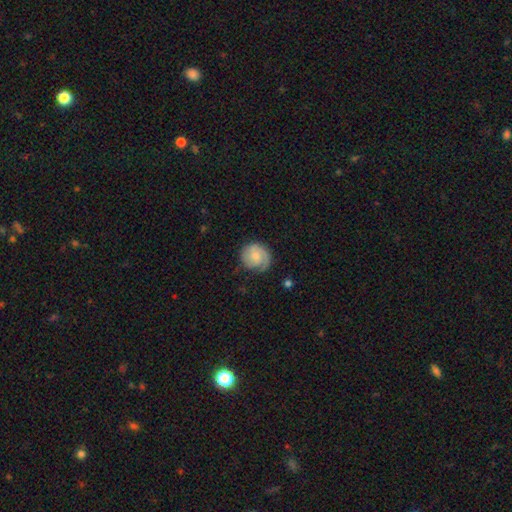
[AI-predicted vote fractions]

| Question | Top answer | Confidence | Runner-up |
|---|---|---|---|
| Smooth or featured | featured or disk | 60% | smooth (33%) |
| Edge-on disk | no | 98% | yes (2%) |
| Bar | no | 66% | weak (31%) |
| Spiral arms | yes | 93% | no (7%) |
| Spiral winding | tight | 58% | medium (32%) |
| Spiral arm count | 2 | 48% | 1 (26%) |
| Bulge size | small | 50% | moderate (36%) |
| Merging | none | 72% | minor disturbance (19%) |